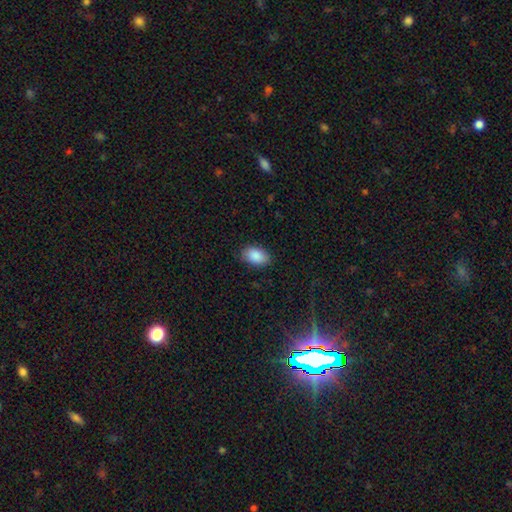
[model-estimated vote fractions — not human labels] A smooth galaxy with no disk features (89%) that is in between round and cigar-shaped (91%). Merging: none (84%).